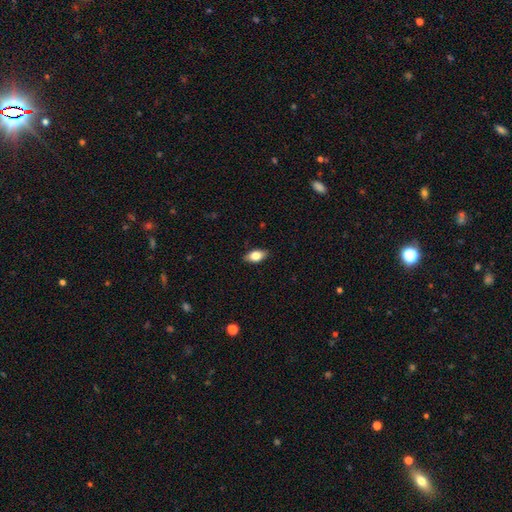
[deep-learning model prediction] Smooth or featured?
  - smooth: 75% *
  - featured or disk: 17%
  - star or artifact: 7%
How rounded?
  - in between: 88% *
  - cigar-shaped: 7%
  - round: 5%
Merging?
  - none: 86% *
  - minor disturbance: 11%
  - major disturbance: 2%
  - merger: 1%